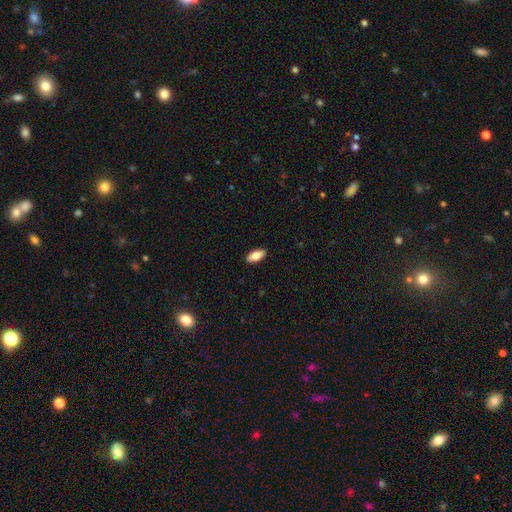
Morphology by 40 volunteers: type=smooth (92%); roundness=in between (97%); merging=none (88%).